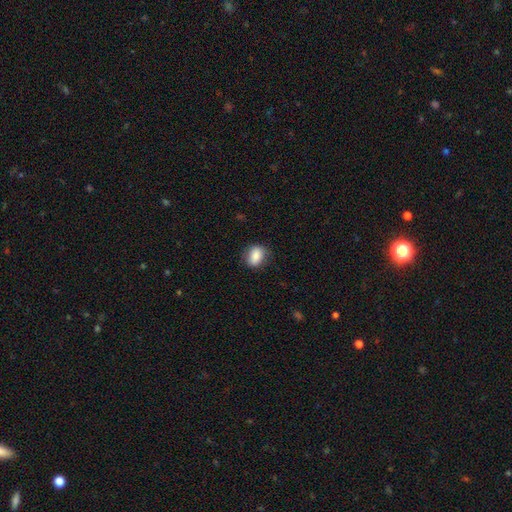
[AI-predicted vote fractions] A smooth galaxy with no disk features (84%) that is in between round and cigar-shaped (64%).

Vote fractions:
- Smooth or featured? smooth: 84% / featured or disk: 8% / star or artifact: 8%
- How rounded? in between: 64% / round: 34% / cigar-shaped: 2%
- Merging? none: 80% / minor disturbance: 15% / major disturbance: 4% / merger: 1%